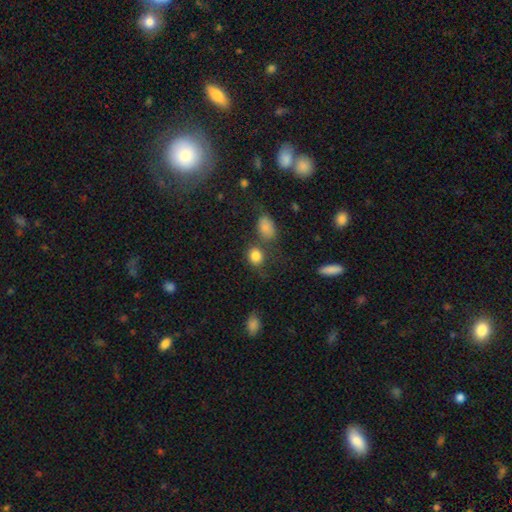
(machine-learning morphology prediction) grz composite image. It shows a smooth galaxy with no disk features (84%) that is round (65%). Merging: none (61%).